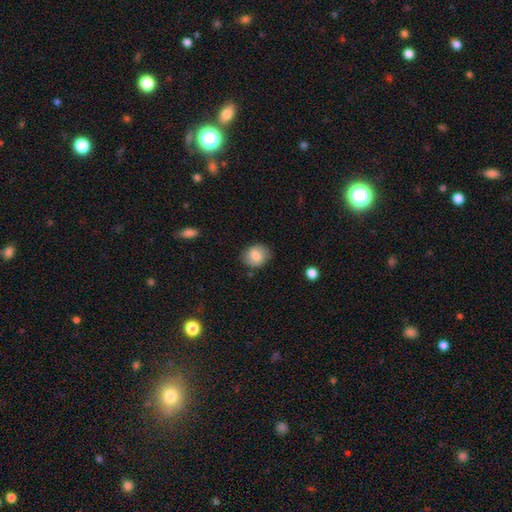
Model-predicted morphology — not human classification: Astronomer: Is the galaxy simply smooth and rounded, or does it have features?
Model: smooth — 80%.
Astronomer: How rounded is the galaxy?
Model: round — 64%.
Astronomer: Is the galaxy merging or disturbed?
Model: none — 80%.